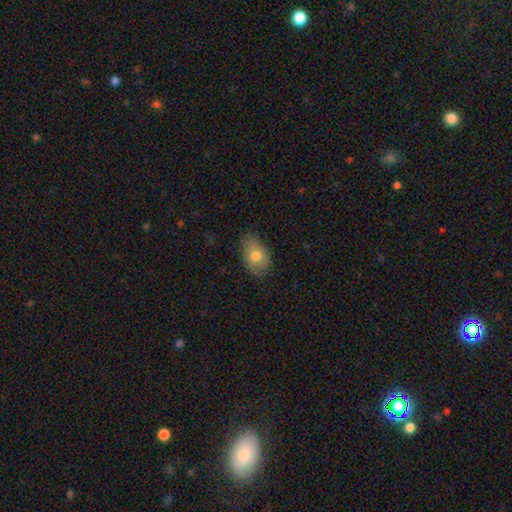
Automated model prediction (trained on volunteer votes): A smooth galaxy with no disk features (75%) that is in between round and cigar-shaped (83%). Merging: none (72%).